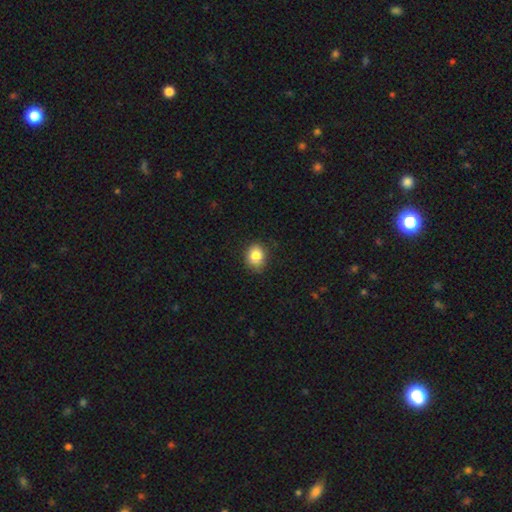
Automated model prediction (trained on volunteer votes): Smooth or featured? Predicted: smooth (p=0.84). How rounded? Predicted: round (p=0.56). Merging? Predicted: none (p=0.80).